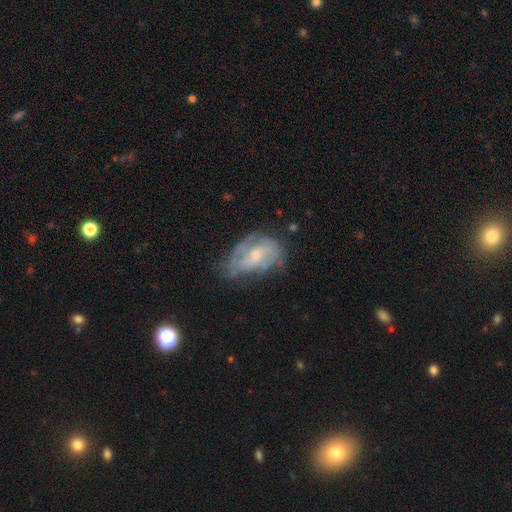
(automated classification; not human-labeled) The model was most divided on "spiral arm count": 2: 41%, can't tell: 36%, 3: 13%, 1: 5%, 4: 3%, more than 4: 2%. Remaining: edge-on disk — no (96%); spiral arms — yes (78%); smooth or featured — featured or disk (72%); bulge size — small (51%); merging — none (51%); bar — no (48%); spiral winding — medium (42%).